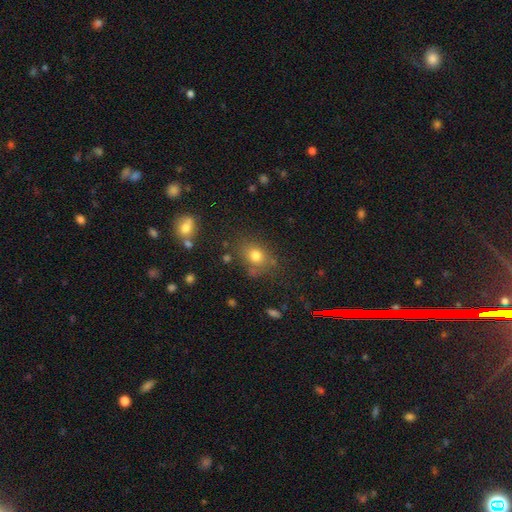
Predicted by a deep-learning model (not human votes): Overall: smooth (76%). How rounded: round (50%; in between 48%). Merging: none (73%).